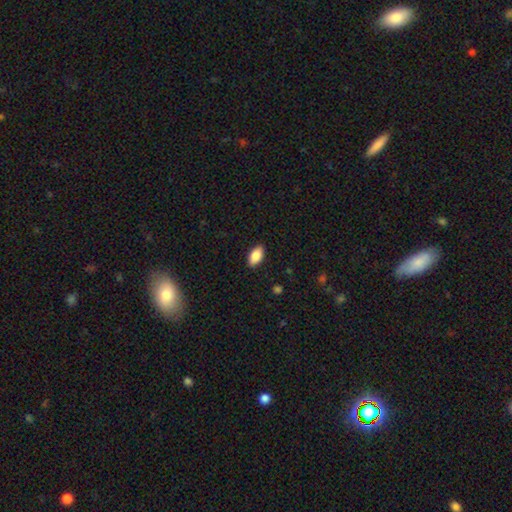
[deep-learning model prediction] Smooth or featured? smooth (87%)
How rounded? in between (93%)
Merging? none (89%)